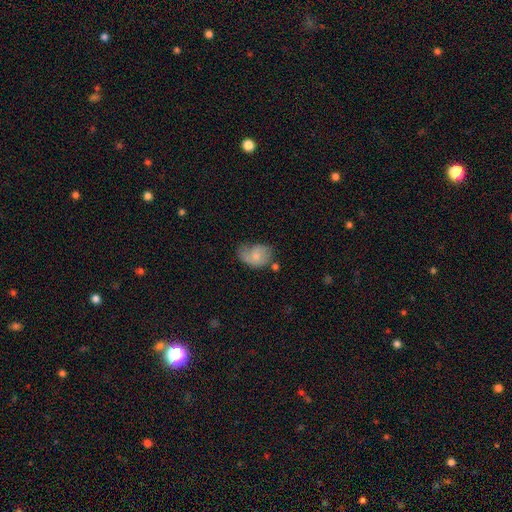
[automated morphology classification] smooth 64%, featured or disk 28%, star or artifact 8%. Down the decision tree: how rounded — in between (71%); merging — minor disturbance (37%).